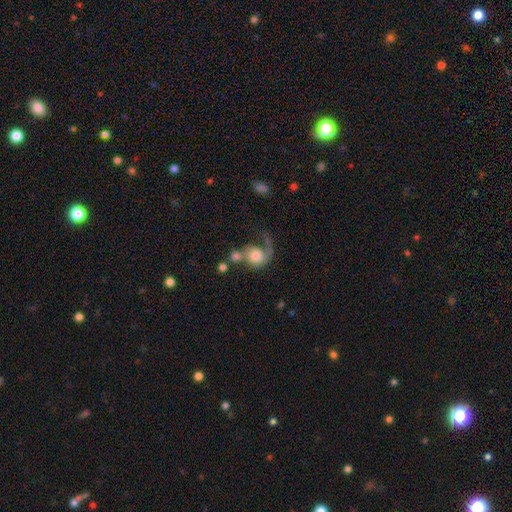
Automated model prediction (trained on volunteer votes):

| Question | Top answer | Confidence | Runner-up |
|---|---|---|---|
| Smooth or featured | featured or disk | 52% | smooth (39%) |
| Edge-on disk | no | 97% | yes (3%) |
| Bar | no | 76% | weak (20%) |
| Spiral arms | yes | 82% | no (18%) |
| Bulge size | moderate | 36% | large (31%) |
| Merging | major disturbance | 34% | merger (30%) |